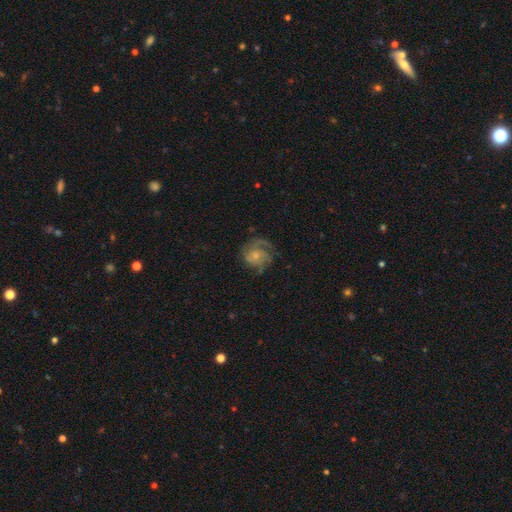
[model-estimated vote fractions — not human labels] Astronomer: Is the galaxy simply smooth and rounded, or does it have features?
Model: featured or disk — 73%.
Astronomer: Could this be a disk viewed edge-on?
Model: no — 98%.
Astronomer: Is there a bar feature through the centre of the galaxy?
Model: no — 75%.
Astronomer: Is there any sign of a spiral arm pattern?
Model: yes — 91%.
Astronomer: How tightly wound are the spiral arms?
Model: tight — 42% (runner-up: medium, 41%).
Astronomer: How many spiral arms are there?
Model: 2 — 31% (runner-up: 3, 24%).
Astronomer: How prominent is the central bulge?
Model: small — 60%.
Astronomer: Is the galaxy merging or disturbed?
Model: none — 62%.